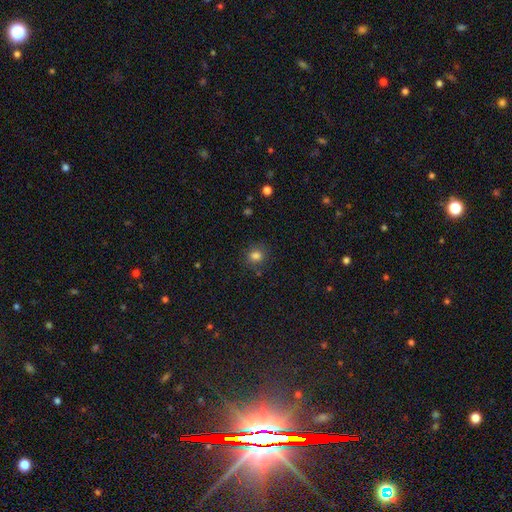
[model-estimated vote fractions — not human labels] The model was most divided on "smooth or featured": smooth: 81%, star or artifact: 13%, featured or disk: 5%. More confident: merging — none (86%); how rounded — round (84%).